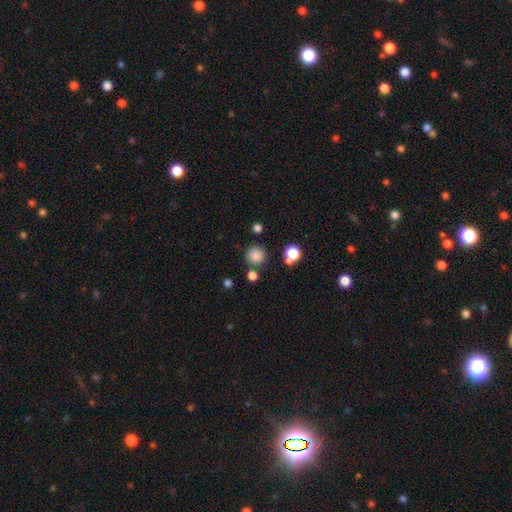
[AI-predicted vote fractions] This appears to be a smooth galaxy with no disk features (84%) that is round (93%). Merging: none (80%).